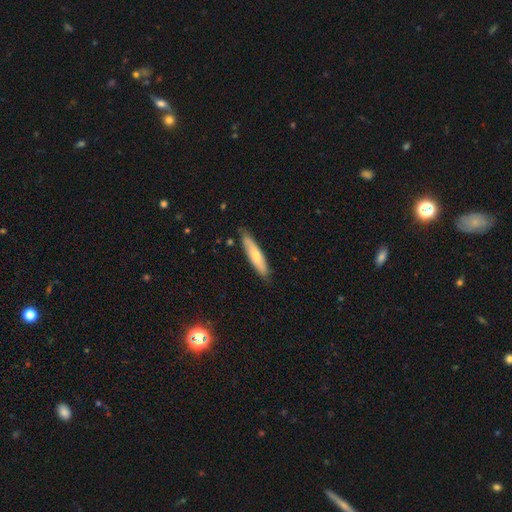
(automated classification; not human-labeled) smooth-or-featured: smooth: 69% | featured or disk: 26% | star or artifact: 5%
  how-rounded: cigar-shaped: 80% | in between: 19% | round: 1%
  merging: none: 81% | minor disturbance: 15% | major disturbance: 2% | merger: 1%